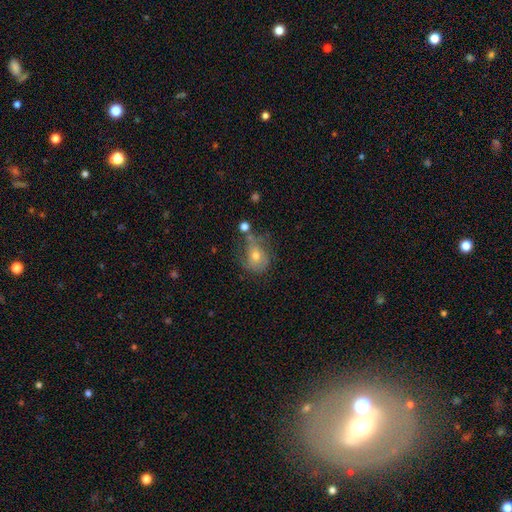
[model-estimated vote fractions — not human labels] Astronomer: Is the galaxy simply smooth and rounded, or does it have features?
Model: smooth — 45% (runner-up: featured or disk, 43%).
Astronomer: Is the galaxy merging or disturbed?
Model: none — 46% (runner-up: minor disturbance, 26%).